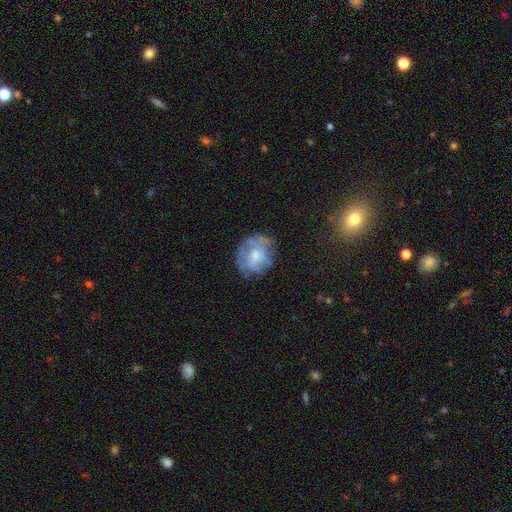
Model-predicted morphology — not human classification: smooth-or-featured: featured or disk: 51% | smooth: 40% | star or artifact: 9%
  disk-edge-on: no: 97% | yes: 3%
  merging: none: 60% | minor disturbance: 23% | major disturbance: 14% | merger: 3%